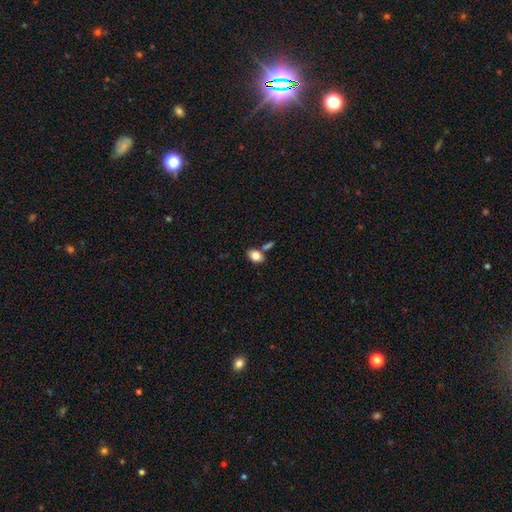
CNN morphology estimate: A smooth galaxy with no disk features (83%) that is in between round and cigar-shaped (84%).

Vote fractions:
- Smooth or featured? smooth: 83% / featured or disk: 9% / star or artifact: 8%
- How rounded? in between: 84% / round: 15% / cigar-shaped: 1%
- Merging? none: 67% / merger: 17% / minor disturbance: 13% / major disturbance: 3%